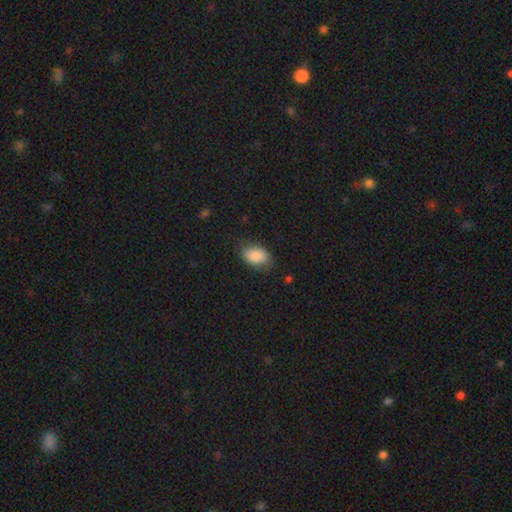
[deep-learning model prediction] Overall: smooth (84%). How rounded: in between (88%). Merging: none (76%).